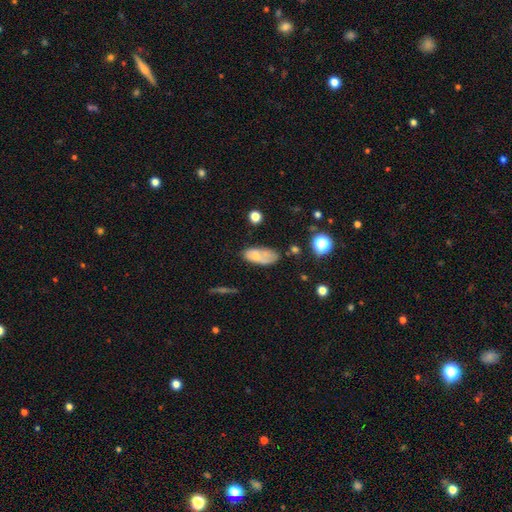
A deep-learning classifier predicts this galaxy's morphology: Smooth or featured: smooth — 60% (featured or disk — 29%)
How rounded: in between — 83% (cigar-shaped — 12%)
Merging: none — 47% (minor disturbance — 29%)